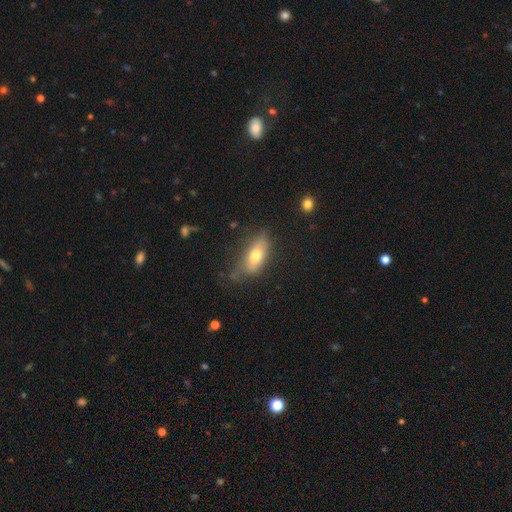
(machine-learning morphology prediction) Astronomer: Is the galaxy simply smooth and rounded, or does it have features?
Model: smooth — 65%.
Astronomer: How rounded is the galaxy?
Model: in between — 79%.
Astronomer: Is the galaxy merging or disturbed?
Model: none — 60%.